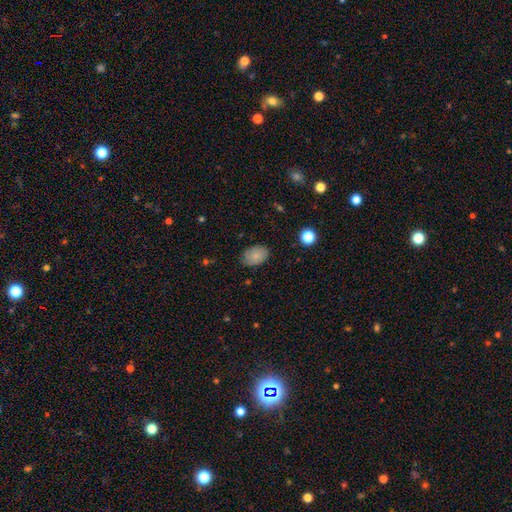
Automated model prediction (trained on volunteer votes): Smooth or featured? smooth (81%)
How rounded? in between (83%)
Merging? none (79%)